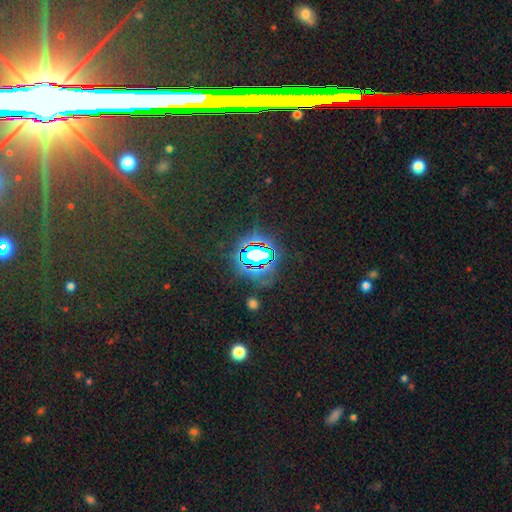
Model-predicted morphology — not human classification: Smooth or featured: star or artifact — 76% (smooth — 14%)